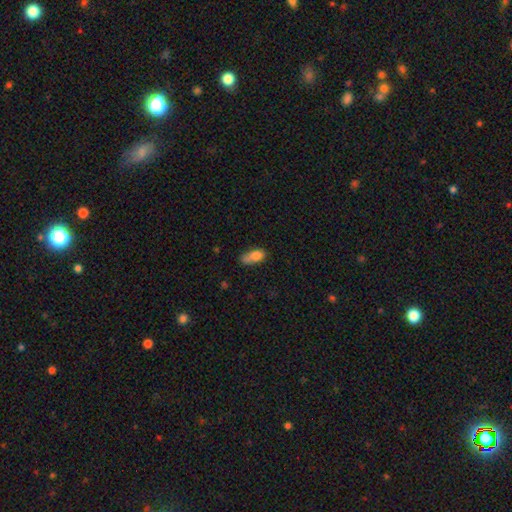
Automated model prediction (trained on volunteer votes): The model was most divided on "merging": none: 39%, minor disturbance: 30%, merger: 19%, major disturbance: 12%. More confident: how rounded — in between (85%); smooth or featured — smooth (78%).